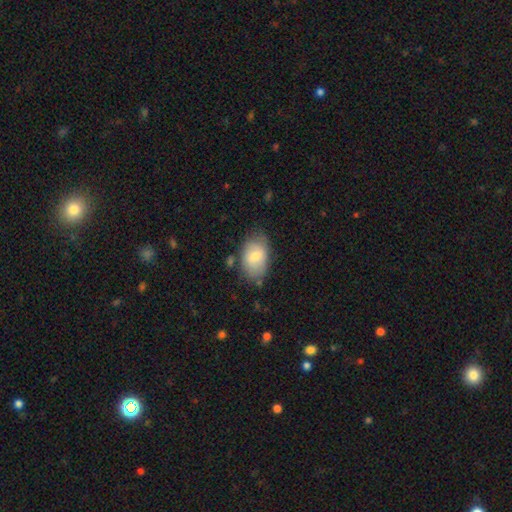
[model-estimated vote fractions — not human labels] Morphology: type=smooth (73%); roundness=in between (88%); merging=none (70%).